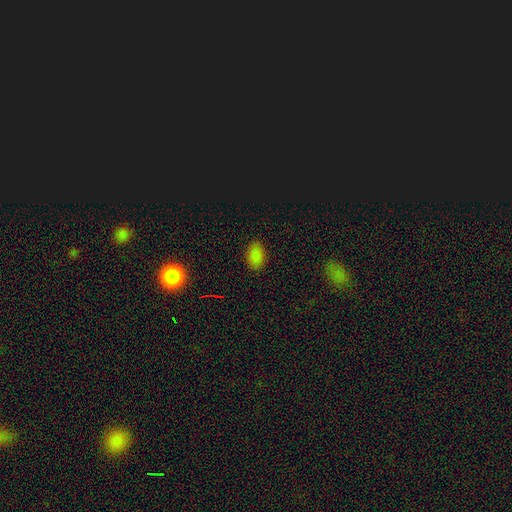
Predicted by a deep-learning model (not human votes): Smooth or featured? Predicted: smooth (p=0.83). How rounded? Predicted: in between (p=0.88). Merging? Predicted: none (p=0.87).